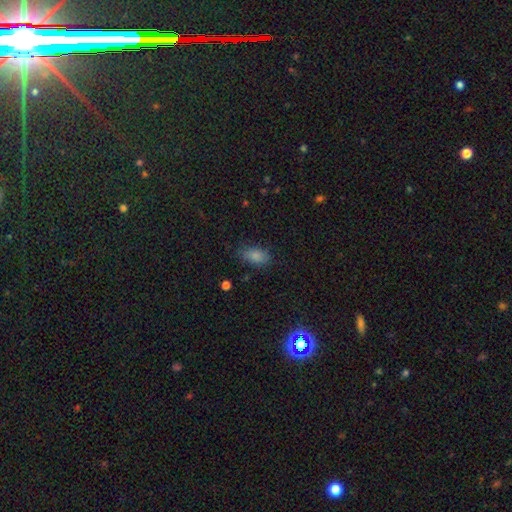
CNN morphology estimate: smooth-or-featured: smooth: 84% | star or artifact: 10% | featured or disk: 6%
  how-rounded: in between: 89% | round: 8% | cigar-shaped: 3%
  merging: none: 74% | minor disturbance: 19% | major disturbance: 5% | merger: 2%